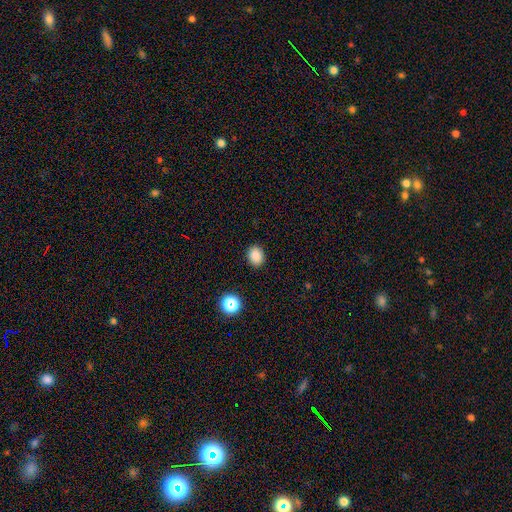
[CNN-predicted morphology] The model was most divided on "how rounded": in between: 52%, round: 47%, cigar-shaped: 1%. More confident: merging — none (88%); smooth or featured — smooth (86%).